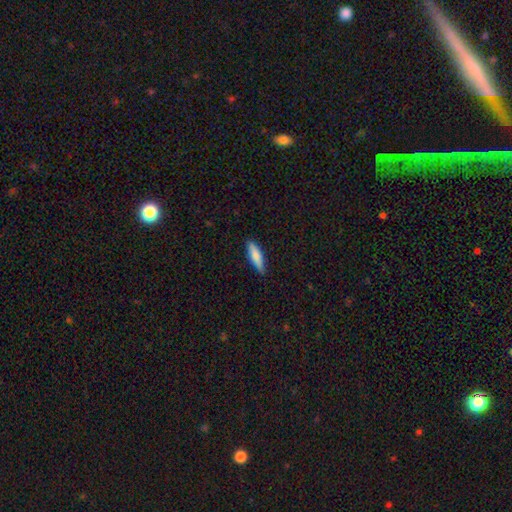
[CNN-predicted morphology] smooth-or-featured: smooth: 77% | featured or disk: 17% | star or artifact: 6%
  how-rounded: cigar-shaped: 62% | in between: 36% | round: 2%
  merging: none: 86% | minor disturbance: 11% | major disturbance: 2% | merger: 1%